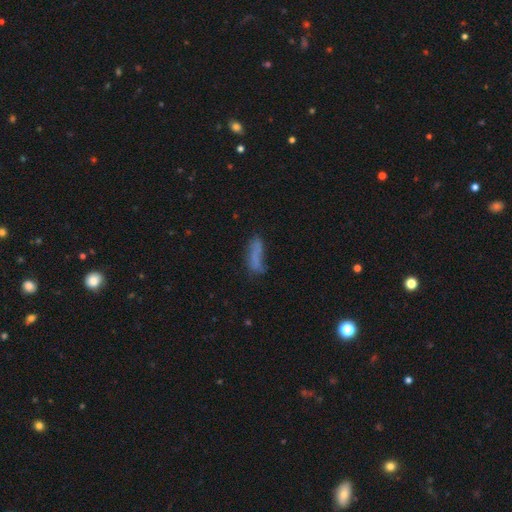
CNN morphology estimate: A smooth galaxy with no disk features (67%) that is cigar-shaped (53%).

Vote fractions:
- Smooth or featured? smooth: 67% / featured or disk: 21% / star or artifact: 12%
- How rounded? cigar-shaped: 53% / in between: 44% / round: 3%
- Merging? none: 47% / minor disturbance: 28% / major disturbance: 18% / merger: 7%